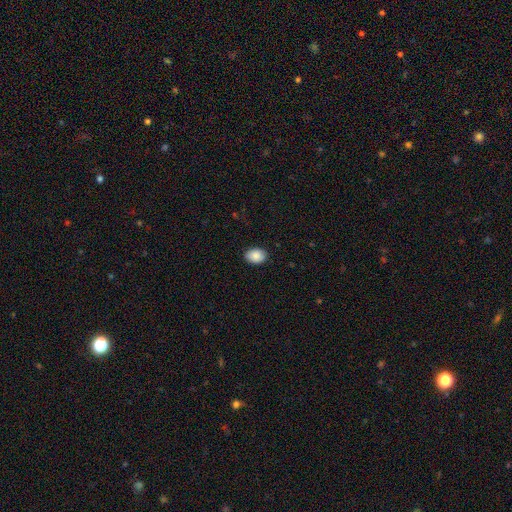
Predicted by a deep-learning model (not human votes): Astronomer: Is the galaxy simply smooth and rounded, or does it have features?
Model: smooth — 89%.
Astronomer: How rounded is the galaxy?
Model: in between — 76%.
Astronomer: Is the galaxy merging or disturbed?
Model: none — 89%.